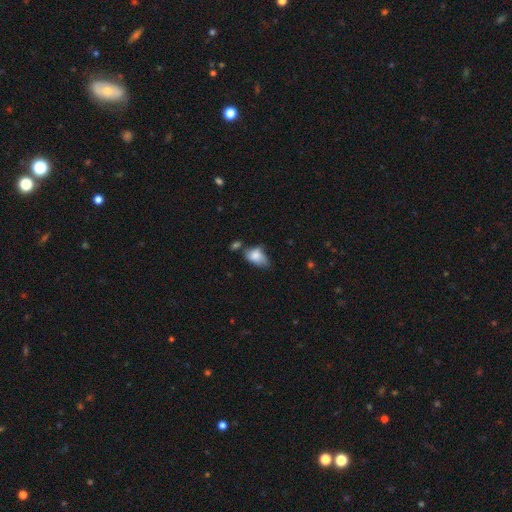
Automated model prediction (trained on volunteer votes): Overall: smooth (78%). How rounded: in between (85%). Merging: minor disturbance (39%; none 31%).